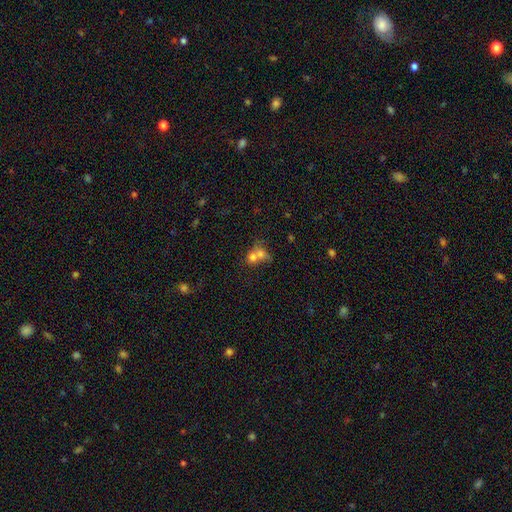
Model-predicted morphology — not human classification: Smooth or featured? smooth (66%)
How rounded? round (61%)
Merging? merger (69%)